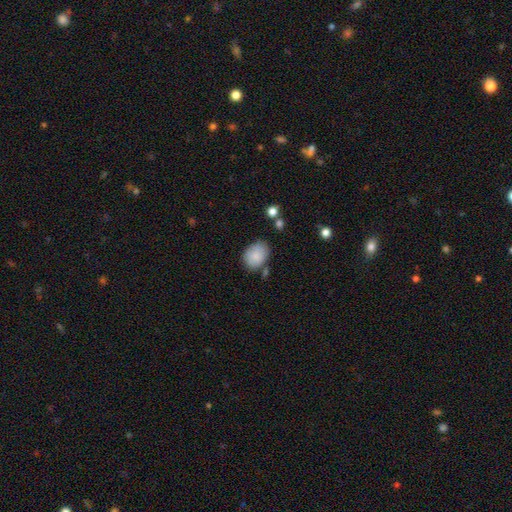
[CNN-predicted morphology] type=smooth (86%); roundness=in between (68%); merging=none (70%).